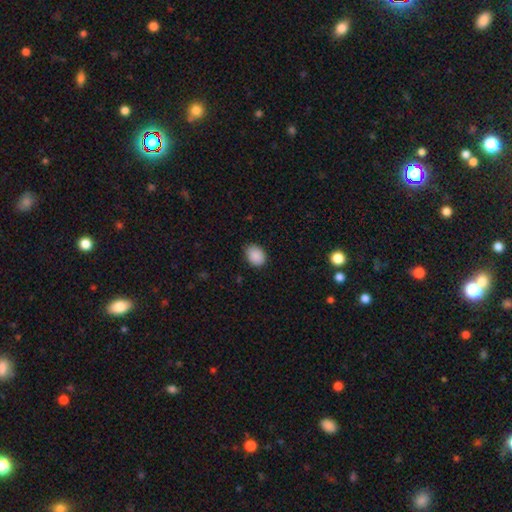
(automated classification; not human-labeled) smooth 89%, star or artifact 8%, featured or disk 3%. Down the decision tree: how rounded — in between (65%); merging — none (80%).